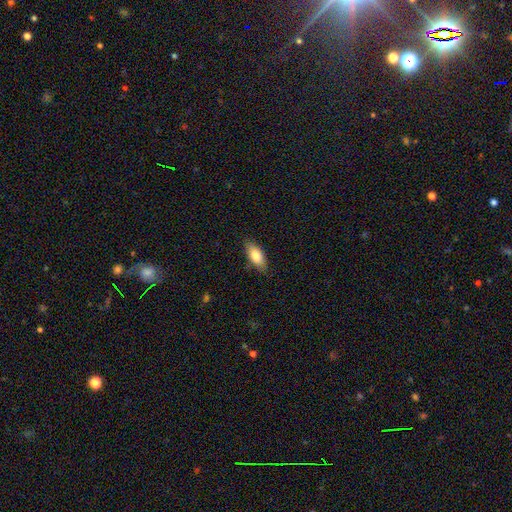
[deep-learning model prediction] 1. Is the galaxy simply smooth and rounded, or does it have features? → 79% smooth, 14% featured or disk, 6% star or artifact.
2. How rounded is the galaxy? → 82% in between, 16% cigar-shaped, 2% round.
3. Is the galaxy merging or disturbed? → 84% none, 12% minor disturbance, 2% major disturbance, 1% merger.